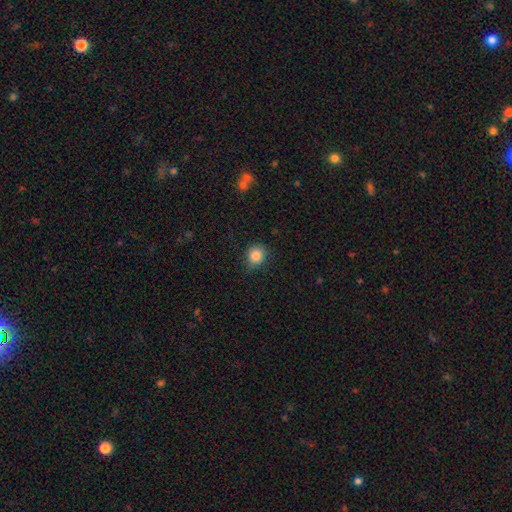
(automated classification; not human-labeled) Smooth or featured? smooth (84%)
How rounded? round (86%)
Merging? none (75%)